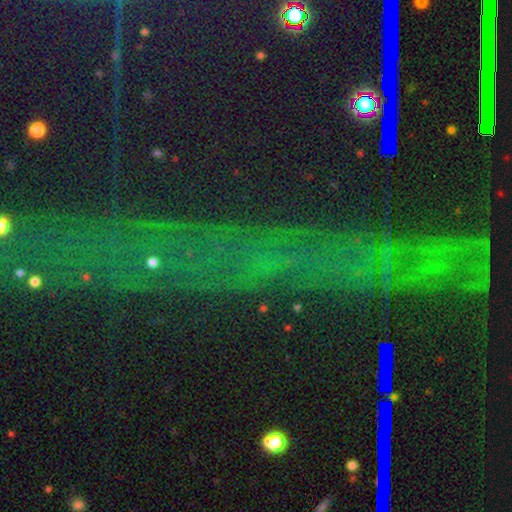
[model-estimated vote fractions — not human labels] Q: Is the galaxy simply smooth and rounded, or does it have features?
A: star or artifact — 78%.